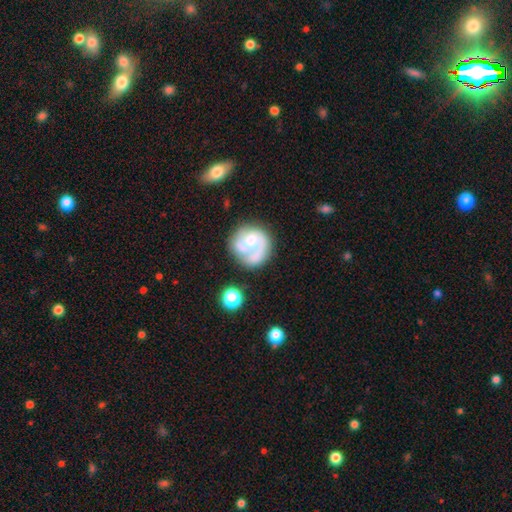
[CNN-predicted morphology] This is likely a featured or disk galaxy (62%). It is clearly not viewed edge-on (98%). Bar: likely no (75%). Spiral arm pattern: likely yes (72%). Central bulge: marginally moderate (44%). Merging: possibly none (54%).